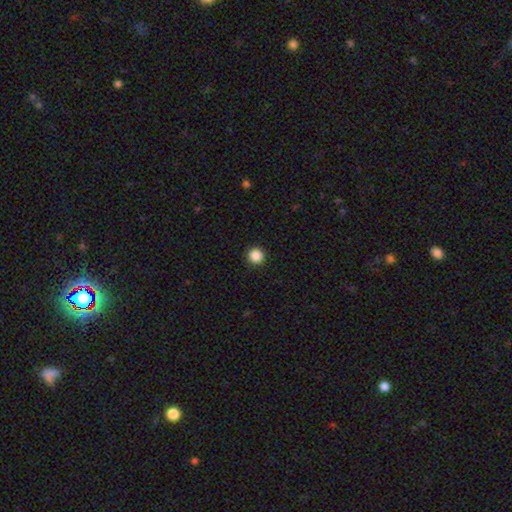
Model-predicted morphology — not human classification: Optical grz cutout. It shows a smooth galaxy with no disk features (87%) that is round (96%). Merging: none (93%).